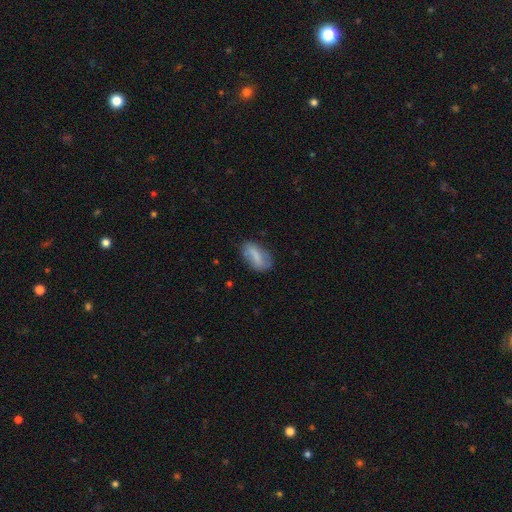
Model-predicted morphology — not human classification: Smooth or featured?
  - smooth: 72% *
  - featured or disk: 20%
  - star or artifact: 7%
How rounded?
  - in between: 87% *
  - cigar-shaped: 9%
  - round: 4%
Merging?
  - none: 71% *
  - minor disturbance: 21%
  - major disturbance: 6%
  - merger: 2%